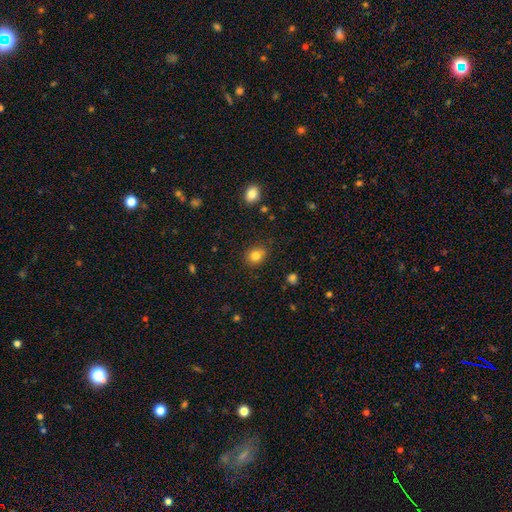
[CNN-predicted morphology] type=smooth (81%); roundness=round (67%); merging=none (80%).